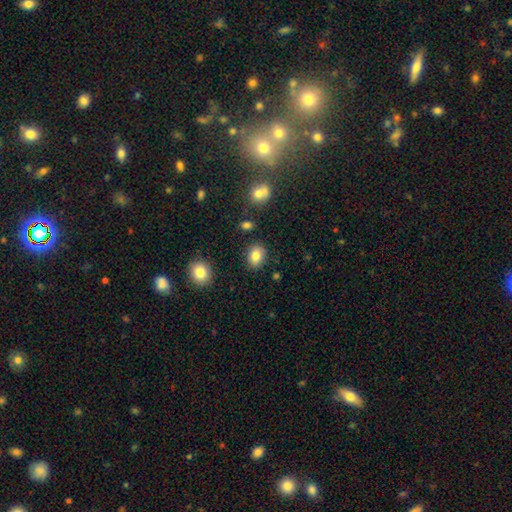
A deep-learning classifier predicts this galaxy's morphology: A smooth galaxy with no disk features (84%) that is in between round and cigar-shaped (52%). Merging: none (86%).